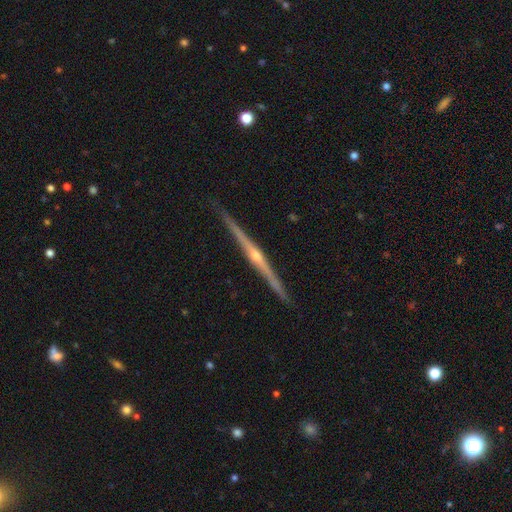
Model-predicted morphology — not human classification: Smooth or featured?
  - featured or disk: 88% *
  - smooth: 7%
  - star or artifact: 5%
Edge-on disk?
  - yes: 99% *
  - no: 1%
Edge-on bulge?
  - rounded: 87% *
  - none: 9%
  - boxy: 4%
Merging?
  - none: 91% *
  - minor disturbance: 7%
  - major disturbance: 1%
  - merger: 1%